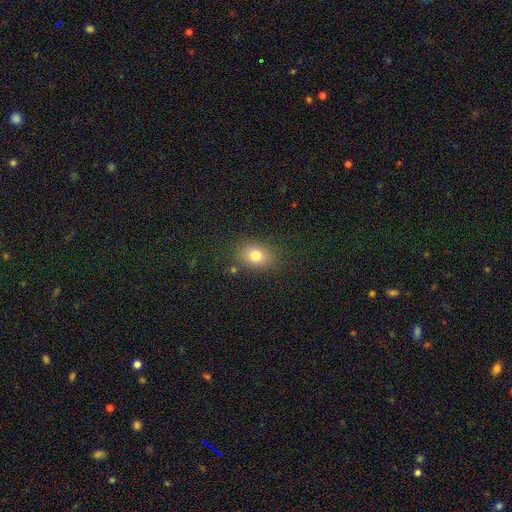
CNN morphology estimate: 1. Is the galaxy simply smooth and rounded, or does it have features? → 78% smooth, 12% star or artifact, 9% featured or disk.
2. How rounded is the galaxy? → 58% in between, 41% round, 1% cigar-shaped.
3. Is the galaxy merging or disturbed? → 82% none, 12% minor disturbance, 4% major disturbance, 3% merger.